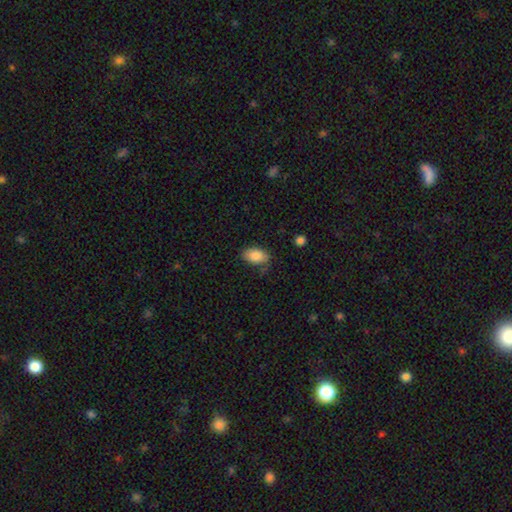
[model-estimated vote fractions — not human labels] Q: Smooth or featured?
A: smooth (86%); runner-up: star or artifact (8%)
Q: How rounded?
A: in between (91%); runner-up: round (8%)
Q: Merging?
A: none (73%); runner-up: minor disturbance (20%)